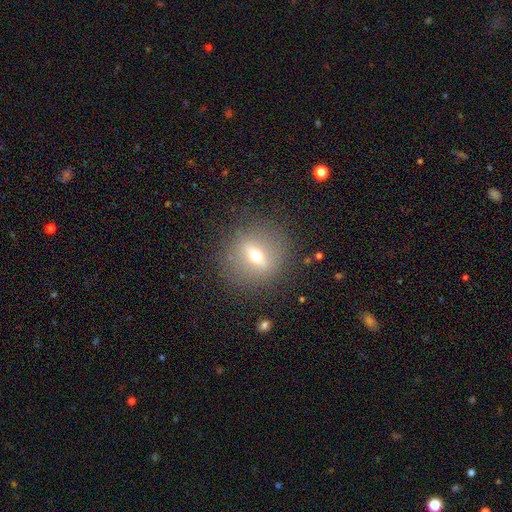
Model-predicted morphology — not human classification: Overall: featured or disk (50%; smooth 38%). Merging: none (84%).